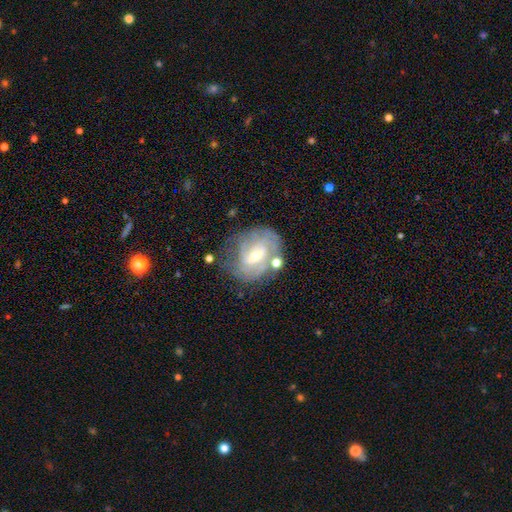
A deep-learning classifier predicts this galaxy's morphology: featured or disk 82%, smooth 11%, star or artifact 7%. Down the decision tree: edge-on disk — no (97%); bar — weak (51%); spiral arms — yes (92%); spiral arm count — can't tell (35%); spiral winding — tight (59%); bulge size — small (57%); merging — none (65%).